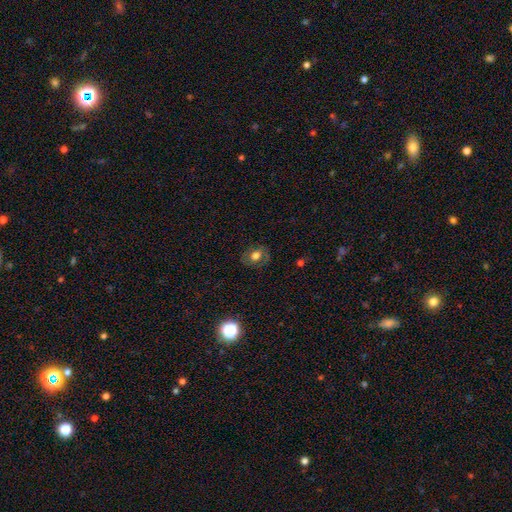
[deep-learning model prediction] Smooth or featured: smooth — 62% (featured or disk — 26%)
How rounded: in between — 54% (round — 45%)
Merging: none — 78% (minor disturbance — 15%)